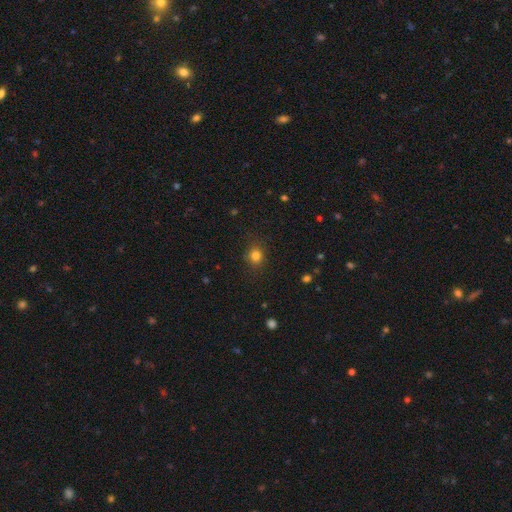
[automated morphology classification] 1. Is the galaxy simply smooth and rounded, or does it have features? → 82% smooth, 14% star or artifact, 5% featured or disk.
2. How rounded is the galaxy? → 79% round, 20% in between, 1% cigar-shaped.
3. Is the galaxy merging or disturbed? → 87% none, 9% minor disturbance, 3% major disturbance, 1% merger.